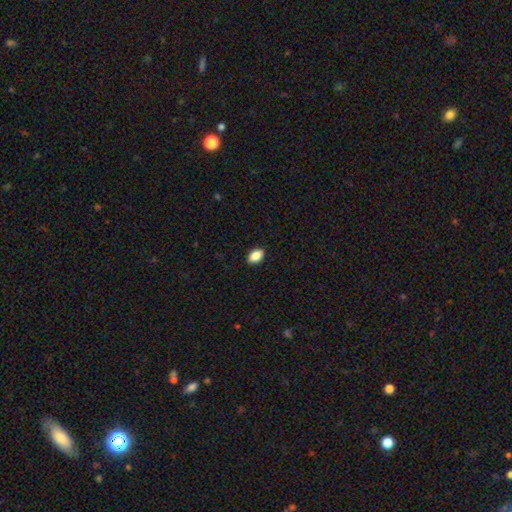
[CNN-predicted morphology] This appears to be a smooth galaxy with no disk features (87%) that is in between round and cigar-shaped (90%). Merging: none (89%).